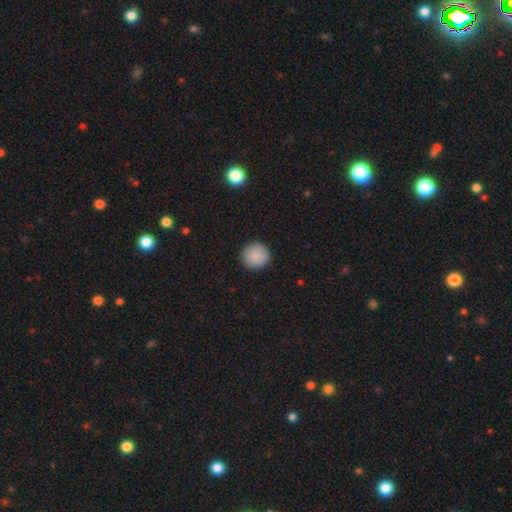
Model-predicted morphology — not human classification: type=smooth (89%); roundness=round (94%); merging=none (91%).